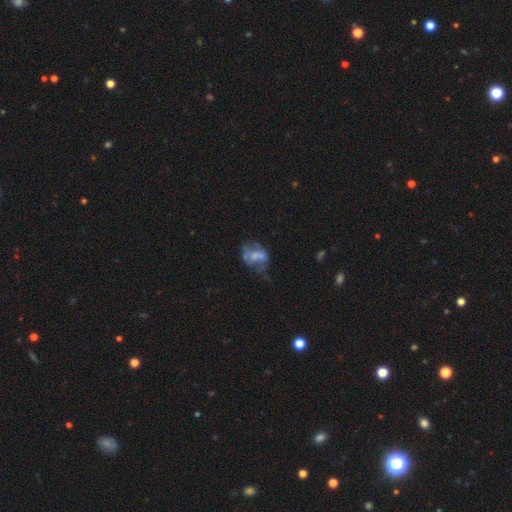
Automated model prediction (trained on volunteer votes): A featured or disk galaxy (50%). Merging: none (34%).